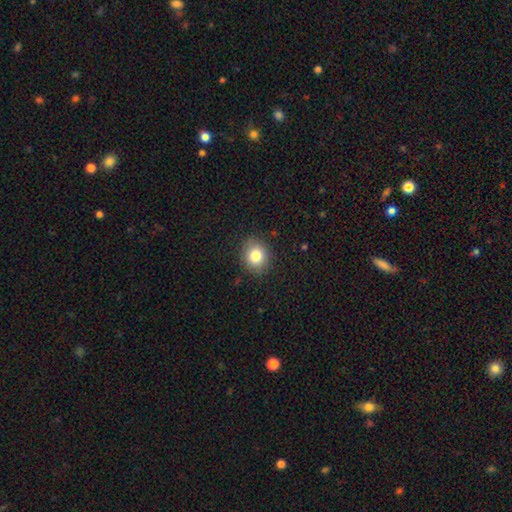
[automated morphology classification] Smooth or featured: smooth — 82% (star or artifact — 10%)
How rounded: round — 70% (in between — 30%)
Merging: none — 87% (minor disturbance — 9%)